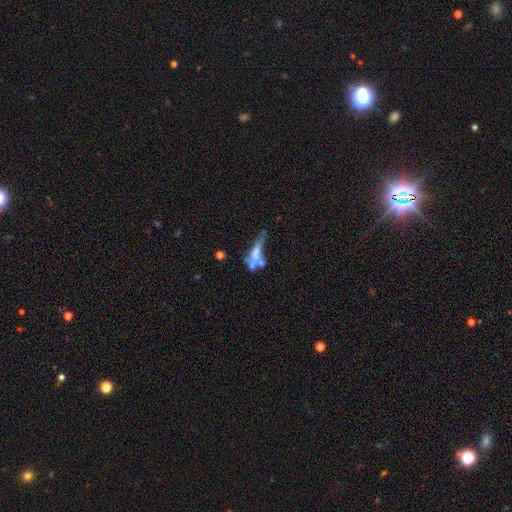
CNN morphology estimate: Smooth or featured? featured or disk (49%)
Merging? merger (43%)